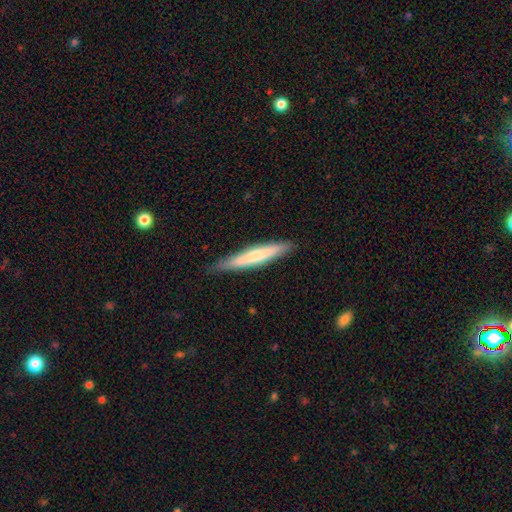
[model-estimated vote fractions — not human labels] Overall: smooth (63%; featured or disk 31%). How rounded: cigar-shaped (94%). Merging: none (85%).